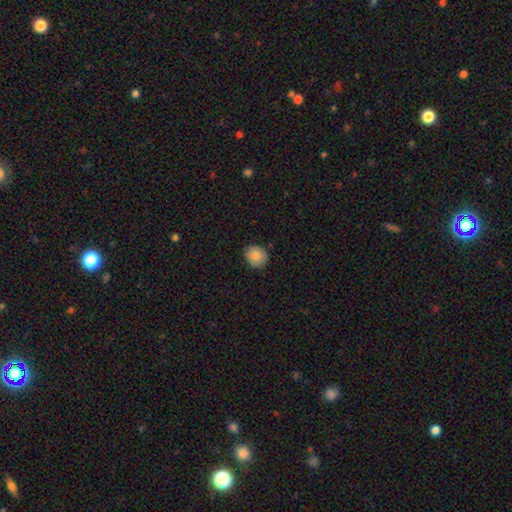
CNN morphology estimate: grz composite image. It shows a smooth galaxy with no disk features (86%) that is round (84%). Merging: none (87%).